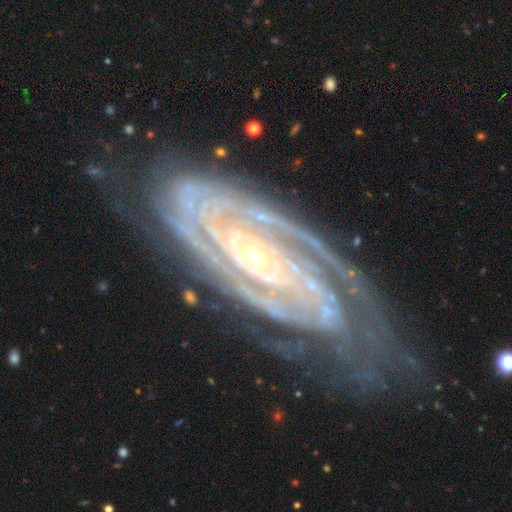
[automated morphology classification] Smooth or featured? featured or disk (91%)
Edge-on disk? no (95%)
Bar? no (65%)
Spiral arms? yes (99%)
Spiral winding? tight (82%)
Spiral arm count? 2 (29%)
Bulge size? small (82%)
Merging? none (69%)